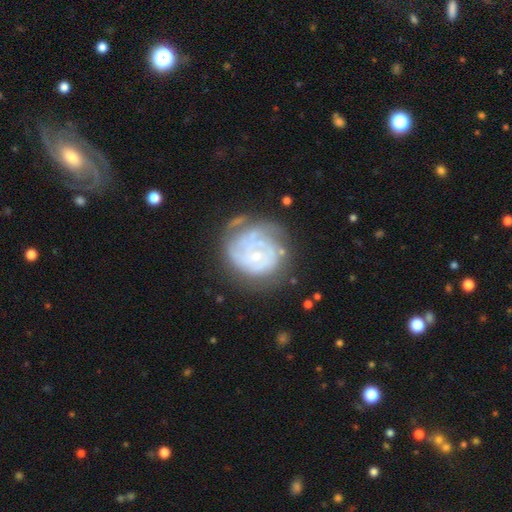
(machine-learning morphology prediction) Smooth or featured? Predicted: featured or disk (p=0.78). Edge-on disk? Predicted: no (p=0.98). Bar? Predicted: no (p=0.71). Spiral arms? Predicted: yes (p=0.87). Spiral winding? Predicted: tight (p=0.69). Spiral arm count? Predicted: can't tell (p=0.42). Bulge size? Predicted: small (p=0.74). Merging? Predicted: none (p=0.54).